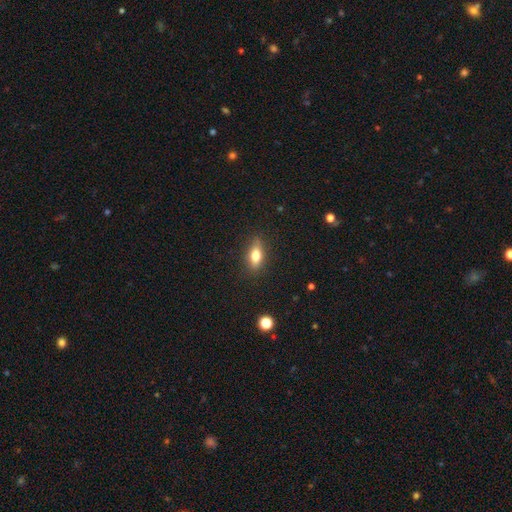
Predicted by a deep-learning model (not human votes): This appears to be a smooth galaxy with no disk features (73%) that is in between round and cigar-shaped (75%). Merging: none (84%).